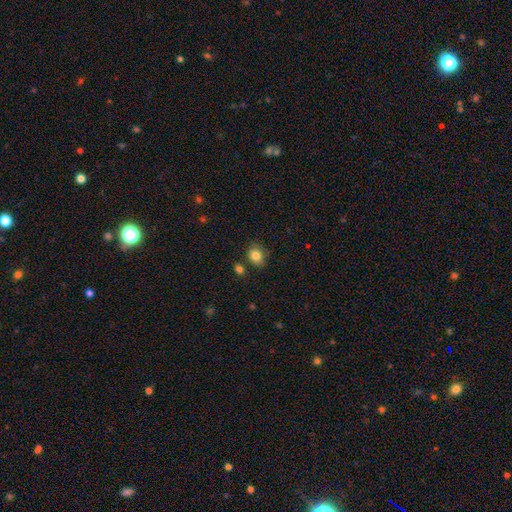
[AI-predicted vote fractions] Morphology: type=smooth (84%); roundness=round (57%); merging=none (76%).